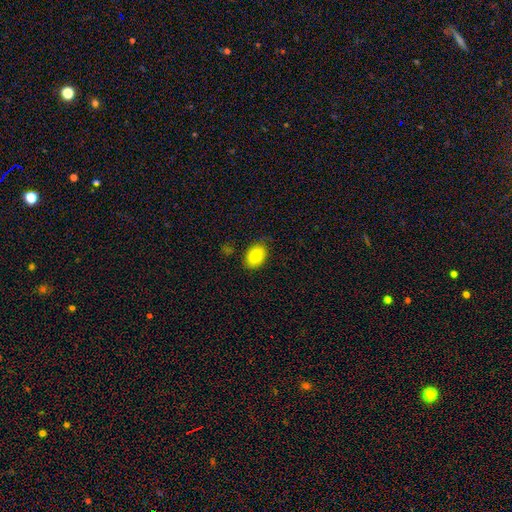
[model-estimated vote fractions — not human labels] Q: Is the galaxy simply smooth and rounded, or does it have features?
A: smooth — 88%.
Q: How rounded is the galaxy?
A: in between — 87%.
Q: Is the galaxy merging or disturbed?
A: none — 82%.